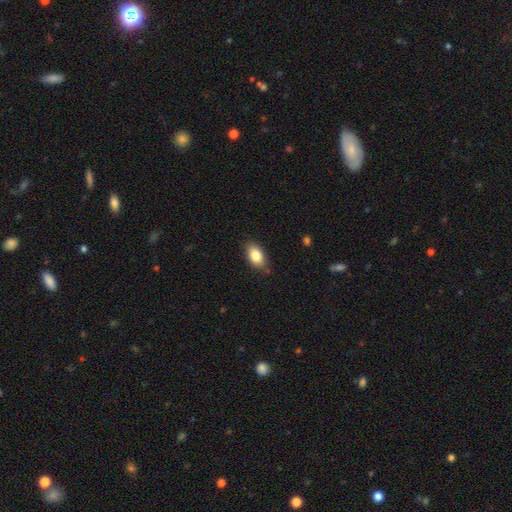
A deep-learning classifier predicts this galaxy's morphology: Smooth or featured: smooth — 84% (featured or disk — 8%)
How rounded: in between — 91% (round — 6%)
Merging: none — 82% (minor disturbance — 14%)